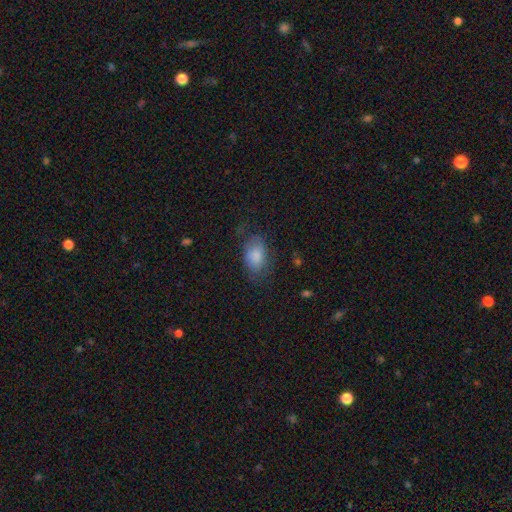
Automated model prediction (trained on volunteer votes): Smooth or featured: smooth — 82% (featured or disk — 10%)
How rounded: in between — 89% (round — 10%)
Merging: none — 60% (minor disturbance — 25%)